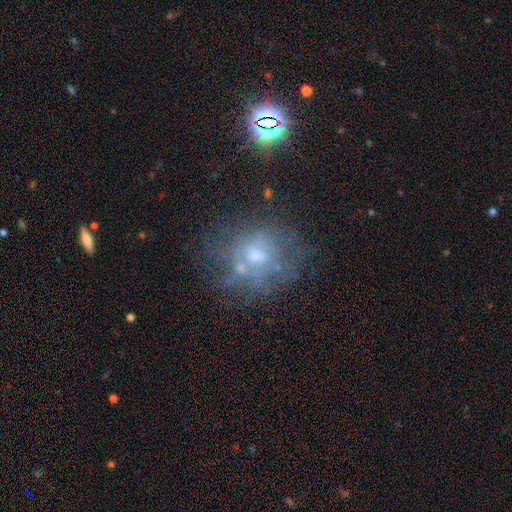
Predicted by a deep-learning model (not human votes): Smooth or featured? Predicted: featured or disk (p=0.56). Edge-on disk? Predicted: no (p=0.97). Bar? Predicted: no (p=0.73). Spiral arms? Predicted: no (p=0.69). Bulge size? Predicted: moderate (p=0.52). Merging? Predicted: none (p=0.51).